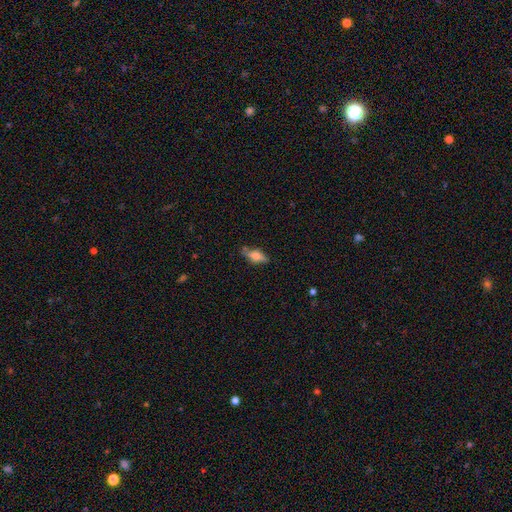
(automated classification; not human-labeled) Smooth or featured: smooth — 59% (featured or disk — 33%)
How rounded: in between — 70% (cigar-shaped — 26%)
Merging: none — 69% (minor disturbance — 23%)